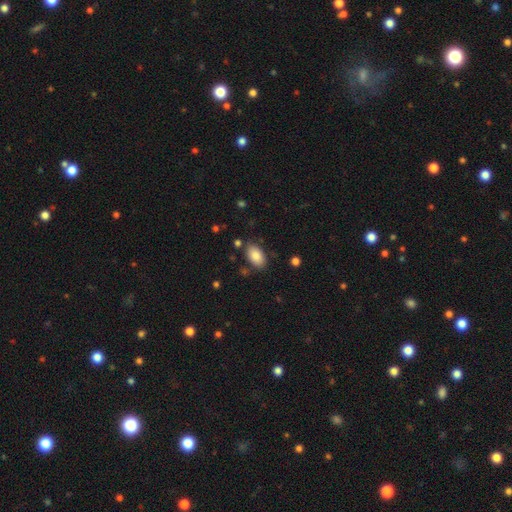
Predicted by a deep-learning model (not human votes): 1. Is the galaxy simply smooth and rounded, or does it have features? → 86% smooth, 7% star or artifact, 7% featured or disk.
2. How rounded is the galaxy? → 93% in between, 5% round, 2% cigar-shaped.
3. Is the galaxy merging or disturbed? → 81% none, 12% minor disturbance, 3% merger, 3% major disturbance.